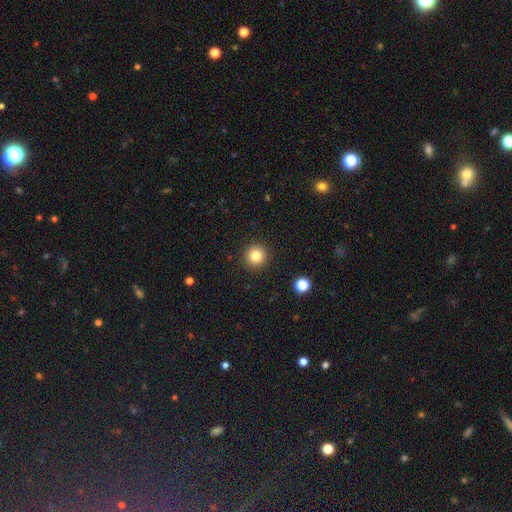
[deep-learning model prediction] smooth 82%, star or artifact 12%, featured or disk 7%. Down the decision tree: how rounded — round (95%); merging — none (92%).